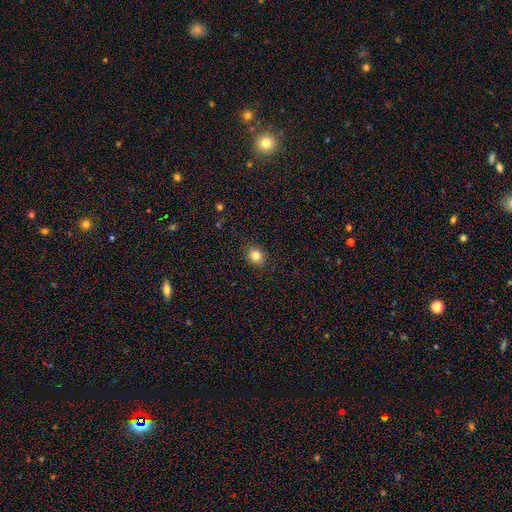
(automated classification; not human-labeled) This appears to be a smooth galaxy with no disk features (83%) that is round (69%). Merging: none (90%).